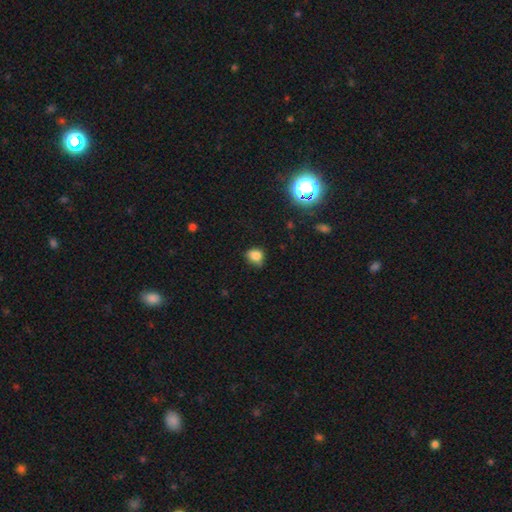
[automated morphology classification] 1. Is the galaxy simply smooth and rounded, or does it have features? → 80% smooth, 13% star or artifact, 7% featured or disk.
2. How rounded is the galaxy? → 56% round, 43% in between, 1% cigar-shaped.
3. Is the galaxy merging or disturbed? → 58% none, 31% minor disturbance, 7% major disturbance, 4% merger.